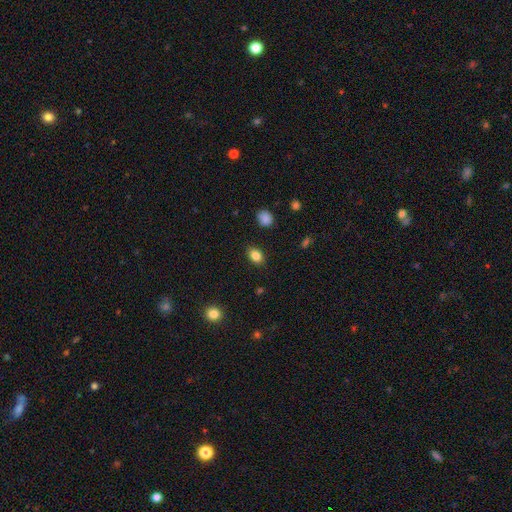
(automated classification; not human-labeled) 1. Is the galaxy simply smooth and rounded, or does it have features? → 85% smooth, 10% star or artifact, 6% featured or disk.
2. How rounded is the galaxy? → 76% in between, 23% round, 1% cigar-shaped.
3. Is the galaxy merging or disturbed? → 87% none, 9% minor disturbance, 2% major disturbance, 1% merger.